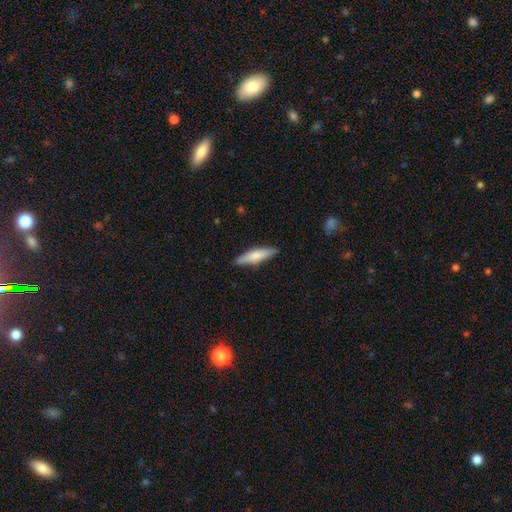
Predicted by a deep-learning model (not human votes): Q: Smooth or featured?
A: smooth (69%); runner-up: featured or disk (25%)
Q: How rounded?
A: cigar-shaped (76%); runner-up: in between (23%)
Q: Merging?
A: none (87%); runner-up: minor disturbance (10%)